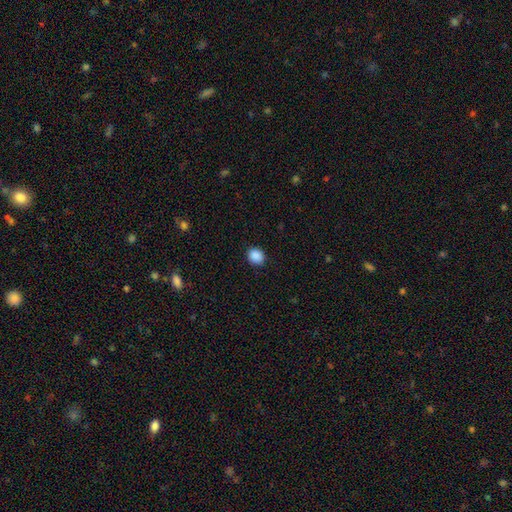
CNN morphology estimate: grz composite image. It shows a smooth galaxy with no disk features (89%) that is round (72%). Merging: none (89%).